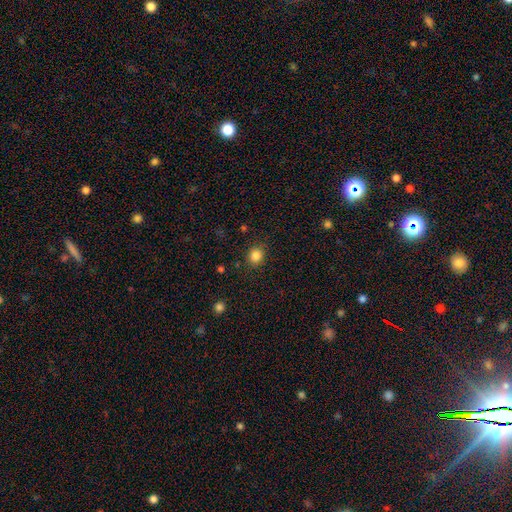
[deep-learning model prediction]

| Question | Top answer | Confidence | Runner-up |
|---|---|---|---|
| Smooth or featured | smooth | 84% | star or artifact (11%) |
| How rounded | round | 81% | in between (18%) |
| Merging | none | 86% | minor disturbance (9%) |